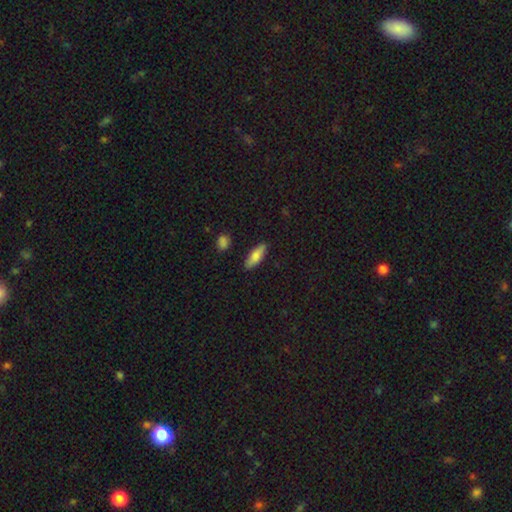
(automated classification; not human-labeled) This is likely a smooth galaxy (76%). How rounded: possibly in between (58%). Merging: clearly none (84%).